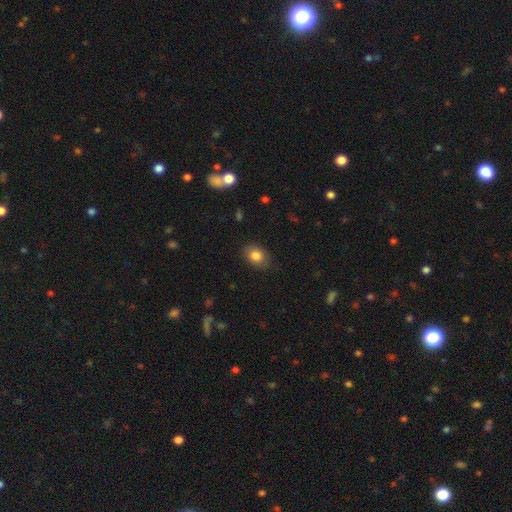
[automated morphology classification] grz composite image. It shows a smooth galaxy with no disk features (83%) that is in between round and cigar-shaped (66%). Merging: none (83%).